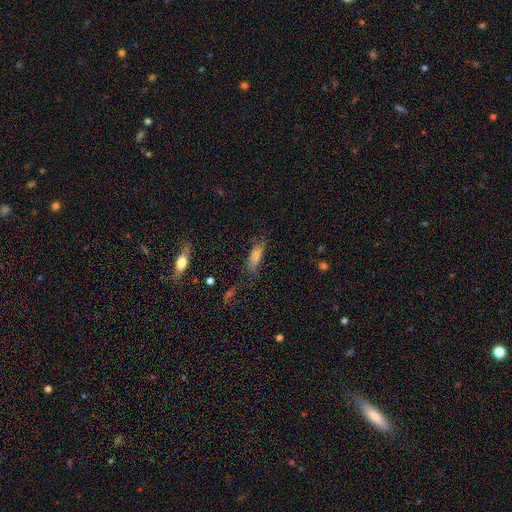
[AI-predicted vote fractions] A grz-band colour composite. It shows a smooth galaxy with no disk features (69%) that is in between round and cigar-shaped (62%). Merging: none (46%).